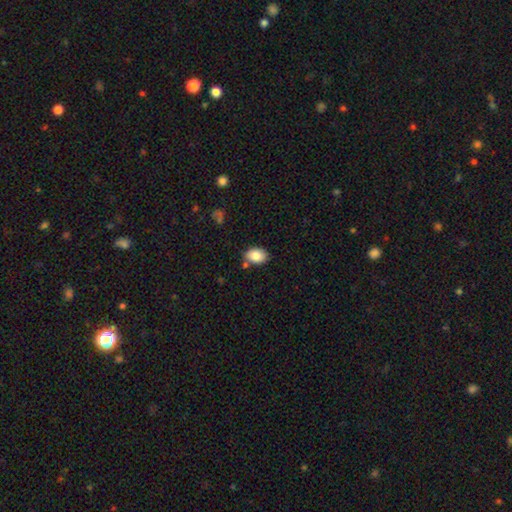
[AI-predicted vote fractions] Smooth or featured? Predicted: smooth (p=0.86). How rounded? Predicted: in between (p=0.83). Merging? Predicted: none (p=0.77).